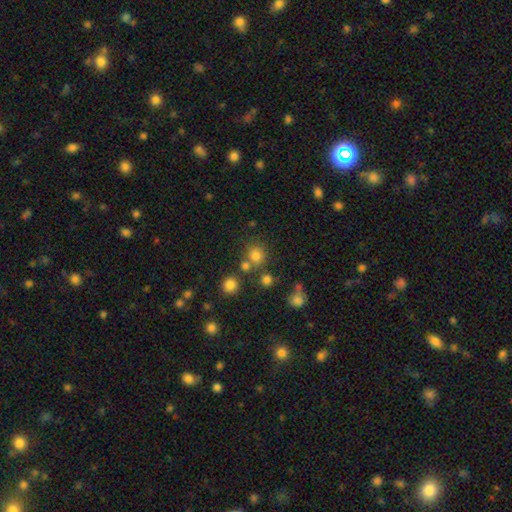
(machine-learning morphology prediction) A smooth galaxy with no disk features (76%) that is round (82%). Merging: none (66%).